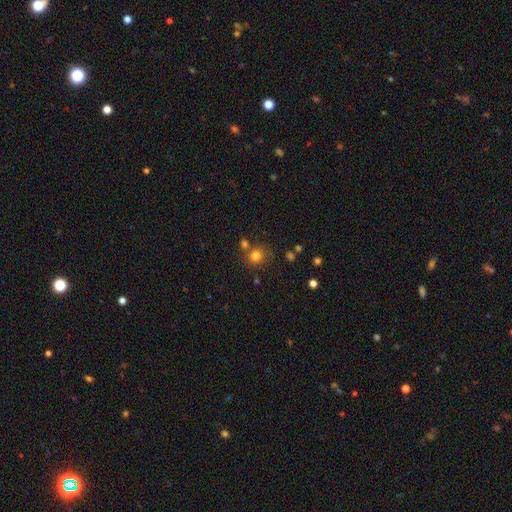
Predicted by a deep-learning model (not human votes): smooth_or_featured: smooth (p=0.79) [alt: star or artifact p=0.14]
how_rounded: round (p=0.88) [alt: in between p=0.11]
merging: none (p=0.69) [alt: merger p=0.16]